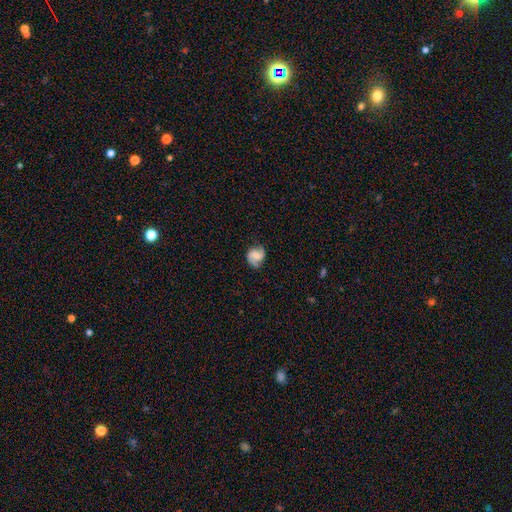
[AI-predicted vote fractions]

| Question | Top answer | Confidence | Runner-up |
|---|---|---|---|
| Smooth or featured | featured or disk | 60% | smooth (32%) |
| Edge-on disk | no | 98% | yes (2%) |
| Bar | weak | 45% | no (39%) |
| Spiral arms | yes | 92% | no (8%) |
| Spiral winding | medium | 44% | loose (35%) |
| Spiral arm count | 2 | 85% | 1 (6%) |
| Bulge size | small | 36% | moderate (32%) |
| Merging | none | 73% | minor disturbance (19%) |